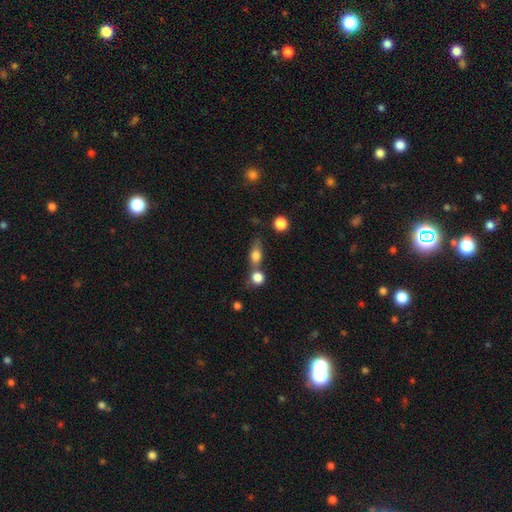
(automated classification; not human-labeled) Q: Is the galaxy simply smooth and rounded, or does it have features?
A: smooth — 75%.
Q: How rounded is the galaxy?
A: in between — 57%.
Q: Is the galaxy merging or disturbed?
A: none — 43%.